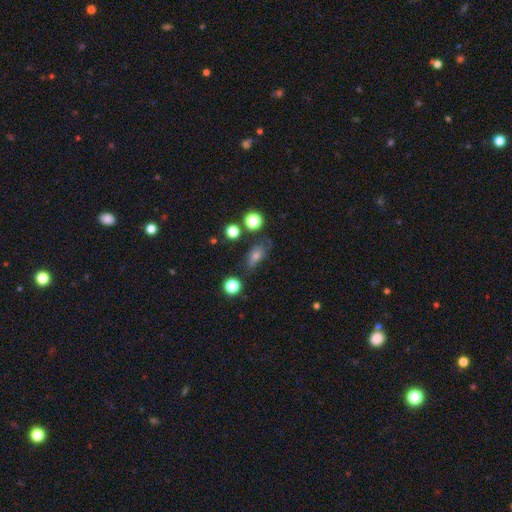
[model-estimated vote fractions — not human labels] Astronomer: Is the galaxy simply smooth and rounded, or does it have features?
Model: smooth — 52% (runner-up: featured or disk, 28%).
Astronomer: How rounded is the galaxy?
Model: in between — 71%.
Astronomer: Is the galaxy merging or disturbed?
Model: none — 59%.